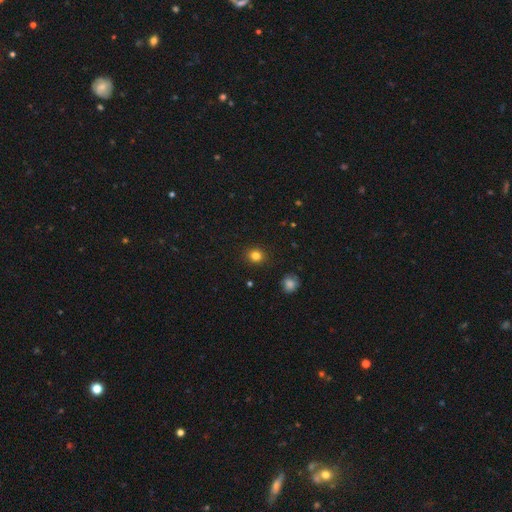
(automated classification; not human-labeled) Smooth or featured? smooth (82%)
How rounded? round (81%)
Merging? none (91%)